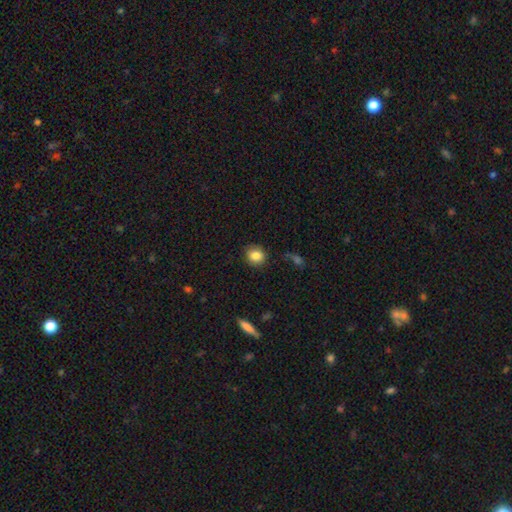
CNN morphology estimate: Smooth or featured? Predicted: smooth (p=0.84). How rounded? Predicted: round (p=0.79). Merging? Predicted: none (p=0.85).